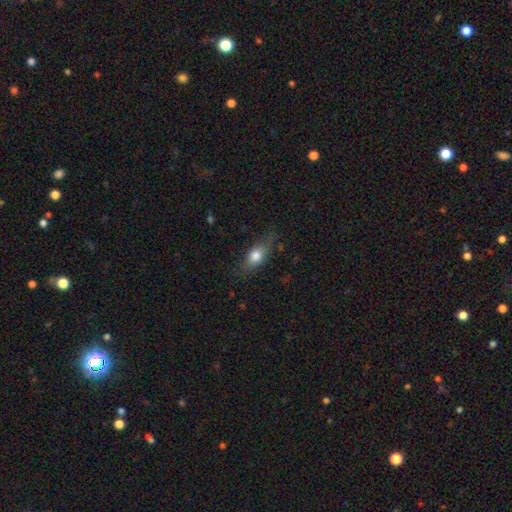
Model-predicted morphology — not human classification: A smooth galaxy with no disk features (73%) that is in between round and cigar-shaped (73%). Merging: none (70%).